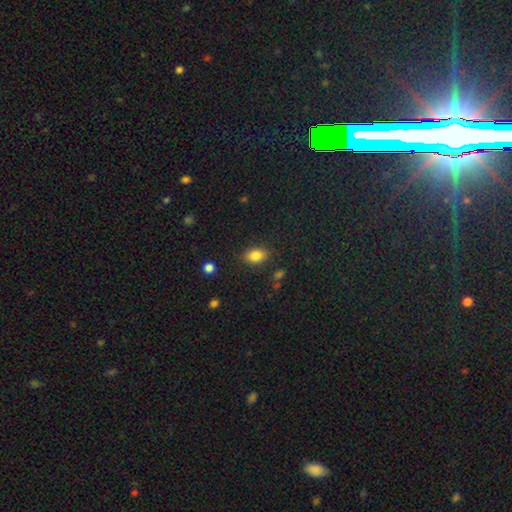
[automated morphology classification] A smooth galaxy with no disk features (84%) that is in between round and cigar-shaped (80%).

Vote fractions:
- Smooth or featured? smooth: 84% / star or artifact: 10% / featured or disk: 6%
- How rounded? in between: 80% / round: 18% / cigar-shaped: 2%
- Merging? none: 84% / minor disturbance: 11% / major disturbance: 3% / merger: 2%